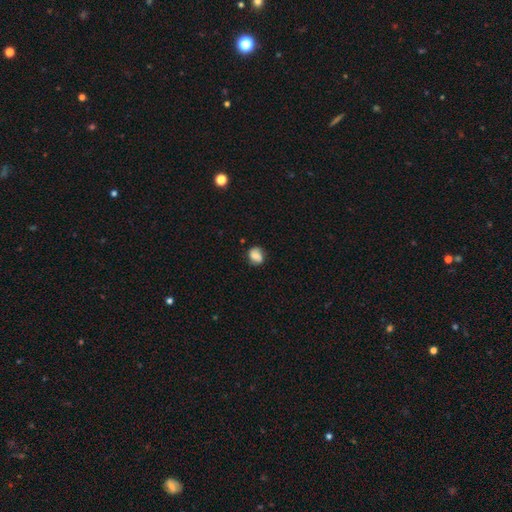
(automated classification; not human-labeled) Overall: smooth (72%). How rounded: round (51%; in between 48%). Merging: none (68%).